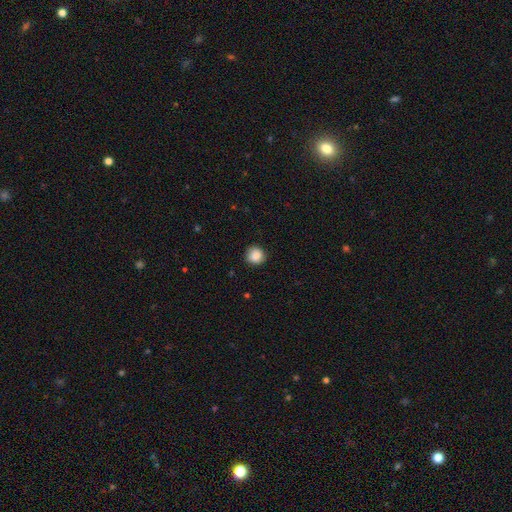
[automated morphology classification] smooth-or-featured: smooth: 86% | star or artifact: 9% | featured or disk: 6%
  how-rounded: round: 88% | in between: 11% | cigar-shaped: 1%
  merging: none: 85% | minor disturbance: 11% | major disturbance: 2% | merger: 1%